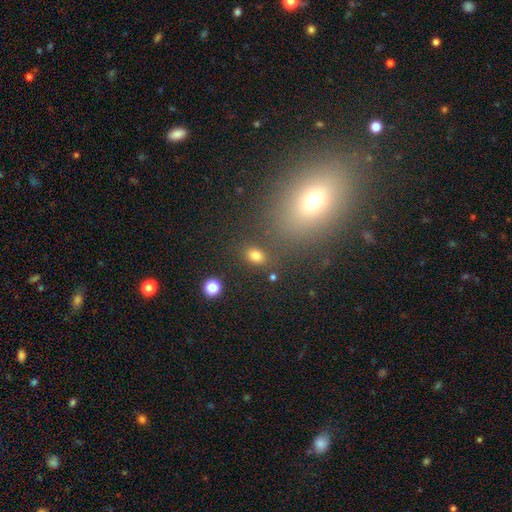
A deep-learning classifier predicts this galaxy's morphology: Smooth or featured: smooth — 79% (star or artifact — 14%)
How rounded: in between — 74% (round — 25%)
Merging: none — 81% (minor disturbance — 10%)